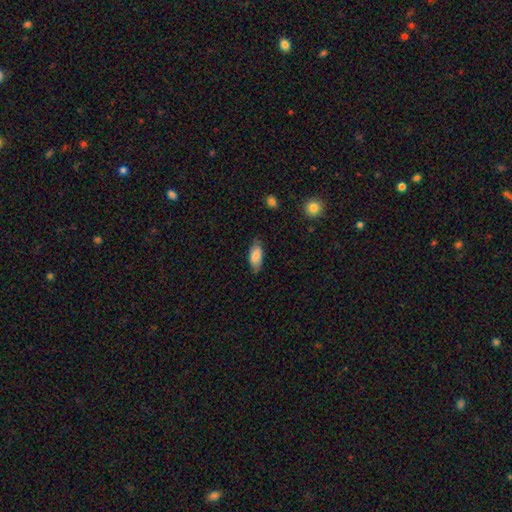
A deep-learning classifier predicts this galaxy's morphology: A smooth galaxy with no disk features (83%) that is in between round and cigar-shaped (86%). Merging: none (76%).